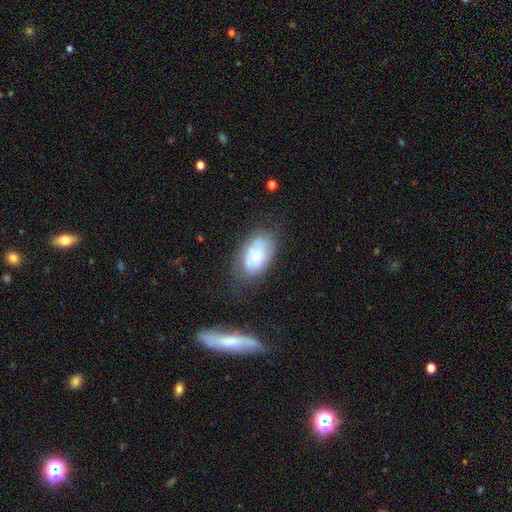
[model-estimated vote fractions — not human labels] A smooth galaxy with no disk features (51%) that is in between round and cigar-shaped (90%).

Vote fractions:
- Smooth or featured? smooth: 51% / featured or disk: 40% / star or artifact: 9%
- How rounded? in between: 90% / round: 8% / cigar-shaped: 2%
- Merging? none: 57% / minor disturbance: 26% / major disturbance: 13% / merger: 4%